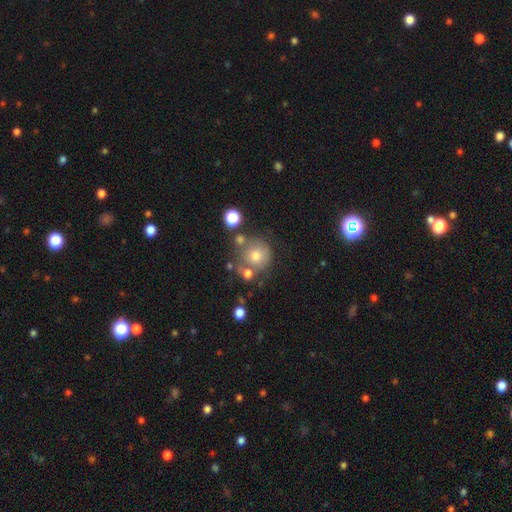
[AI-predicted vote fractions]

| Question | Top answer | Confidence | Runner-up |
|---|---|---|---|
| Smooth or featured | smooth | 69% | featured or disk (17%) |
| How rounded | round | 91% | in between (8%) |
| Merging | none | 62% | merger (17%) |